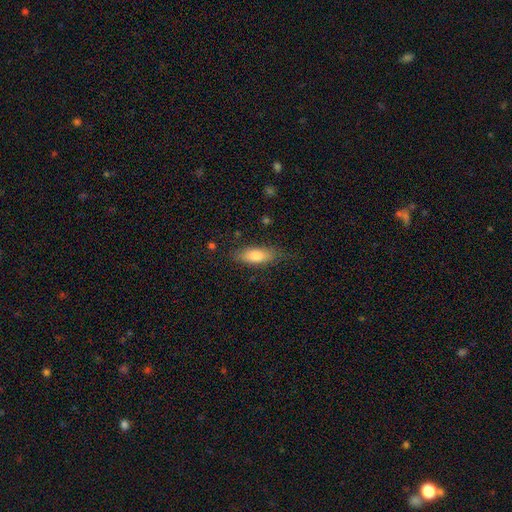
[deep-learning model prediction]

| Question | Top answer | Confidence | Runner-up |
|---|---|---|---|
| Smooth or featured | smooth | 75% | featured or disk (19%) |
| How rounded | in between | 68% | cigar-shaped (30%) |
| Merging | none | 75% | minor disturbance (19%) |